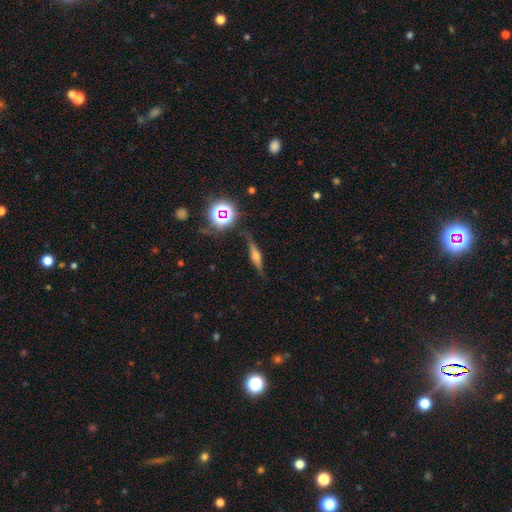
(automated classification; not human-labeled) This appears to be a featured or disk galaxy (52%) viewed edge-on (92%). Merging: none (82%).